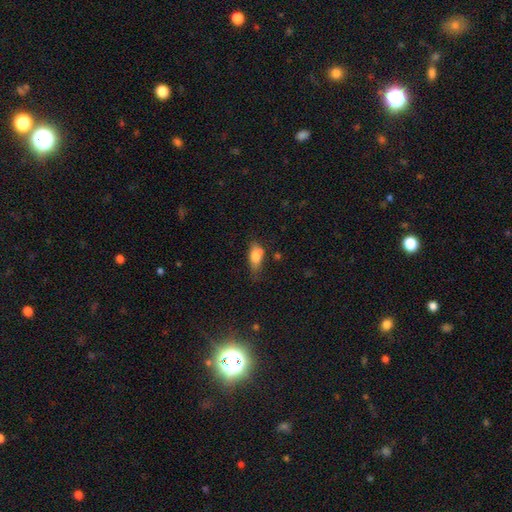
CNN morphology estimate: Smooth or featured? smooth (73%)
How rounded? in between (79%)
Merging? none (41%)